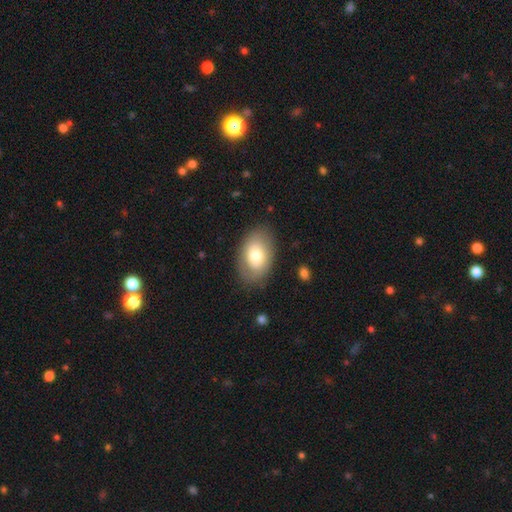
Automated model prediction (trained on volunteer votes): smooth 69%, featured or disk 24%, star or artifact 7%. Down the decision tree: how rounded — in between (88%); merging — none (80%).